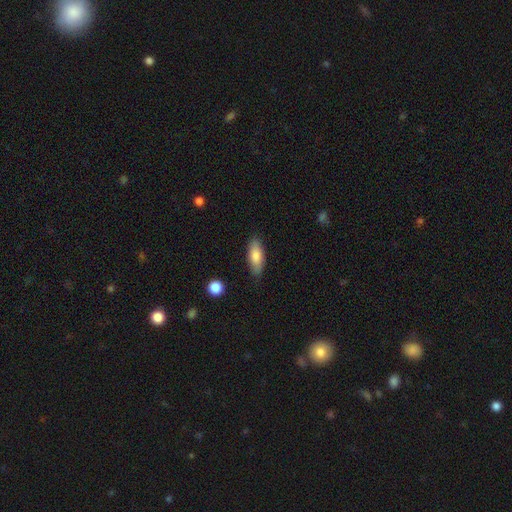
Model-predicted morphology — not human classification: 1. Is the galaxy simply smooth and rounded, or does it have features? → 81% smooth, 12% featured or disk, 6% star or artifact.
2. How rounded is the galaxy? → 75% in between, 22% cigar-shaped, 2% round.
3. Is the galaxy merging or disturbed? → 82% none, 13% minor disturbance, 3% major disturbance, 2% merger.